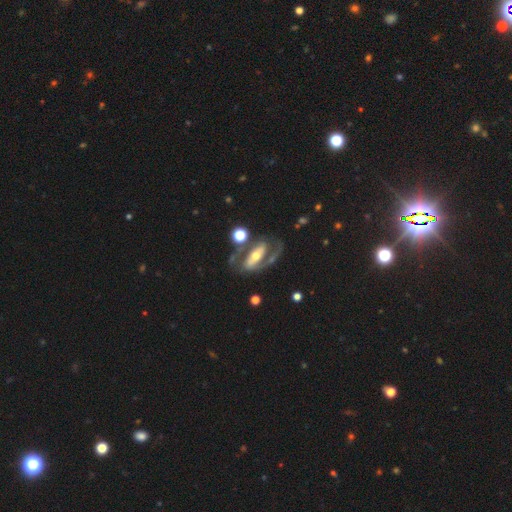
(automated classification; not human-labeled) Overall: featured or disk (84%). Edge-on disk: no (93%). Bar: strong (55%; weak 23%). Spiral arms: yes (88%). Spiral arm count: 2 (84%). Spiral winding: medium (49%; tight 28%). Bulge size: moderate (56%; small 34%). Merging: none (63%).